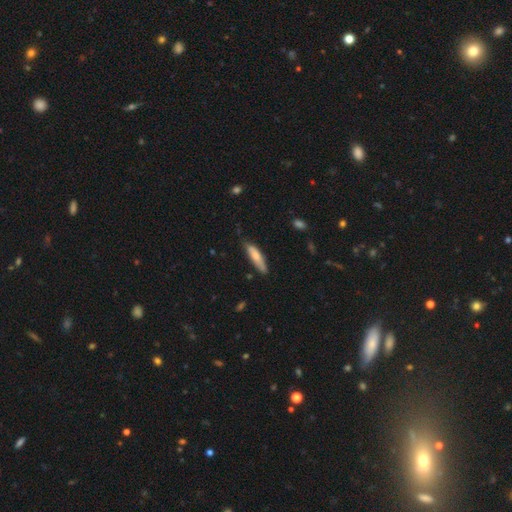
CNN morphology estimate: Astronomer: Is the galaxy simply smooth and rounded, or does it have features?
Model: smooth — 73%.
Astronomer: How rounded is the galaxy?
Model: cigar-shaped — 73%.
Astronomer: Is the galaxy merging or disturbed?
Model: none — 67%.